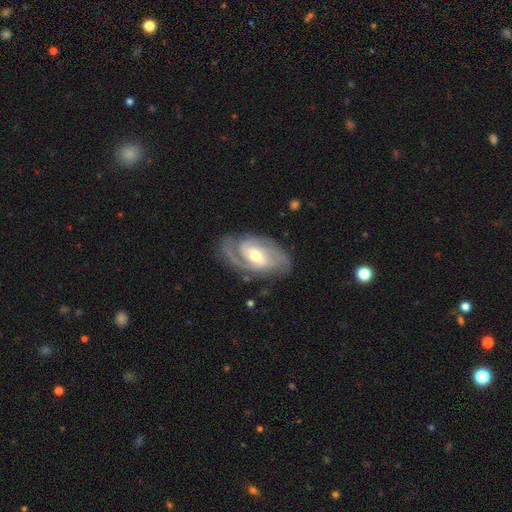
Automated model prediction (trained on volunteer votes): A featured or disk galaxy (90%) with a weak bar (45%), 2 (61%) tight (51%) spiral arms (97%) and a moderate central bulge (64%). Merging: none (77%).